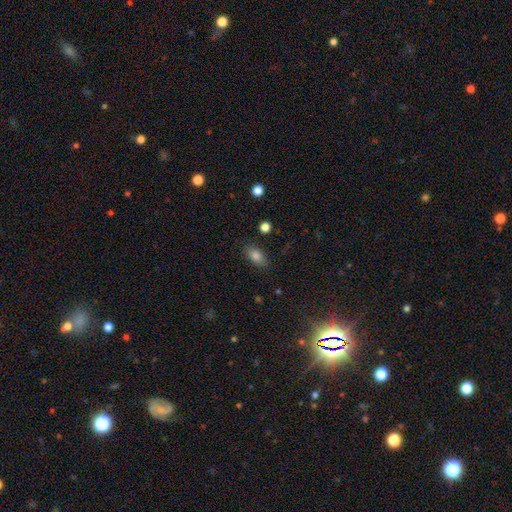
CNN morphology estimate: Overall: smooth (82%). How rounded: in between (87%). Merging: none (82%).